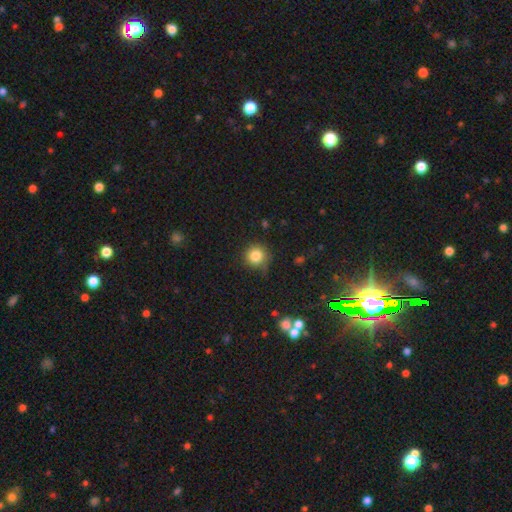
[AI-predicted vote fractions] This is clearly a smooth galaxy (83%). How rounded: clearly round (92%). Merging: likely none (75%).